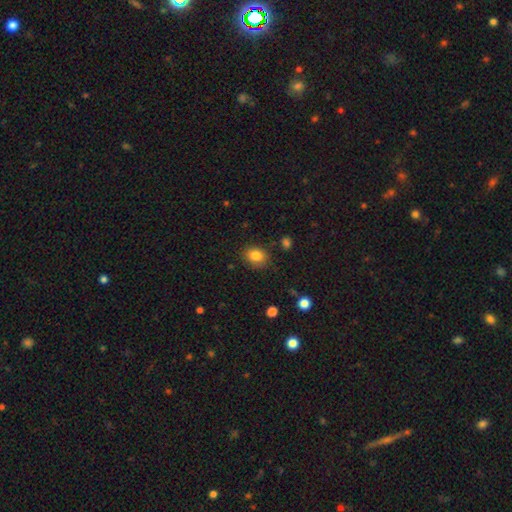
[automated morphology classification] smooth-or-featured: smooth: 84% | star or artifact: 10% | featured or disk: 7%
  how-rounded: round: 52% | in between: 47% | cigar-shaped: 1%
  merging: none: 81% | minor disturbance: 13% | major disturbance: 4% | merger: 2%